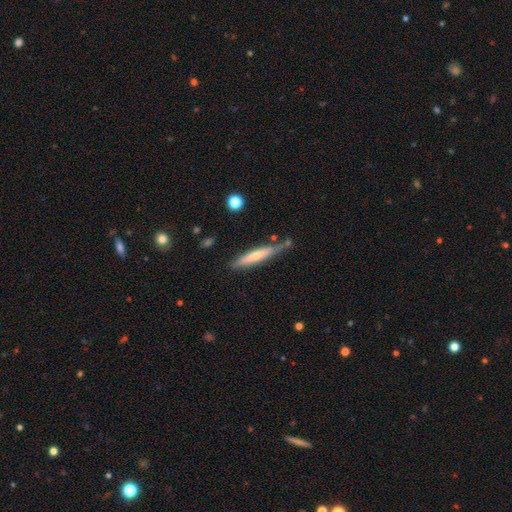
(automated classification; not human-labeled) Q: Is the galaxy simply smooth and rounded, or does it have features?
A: smooth — 55%.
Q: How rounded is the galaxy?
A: cigar-shaped — 92%.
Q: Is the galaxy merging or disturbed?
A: none — 69%.